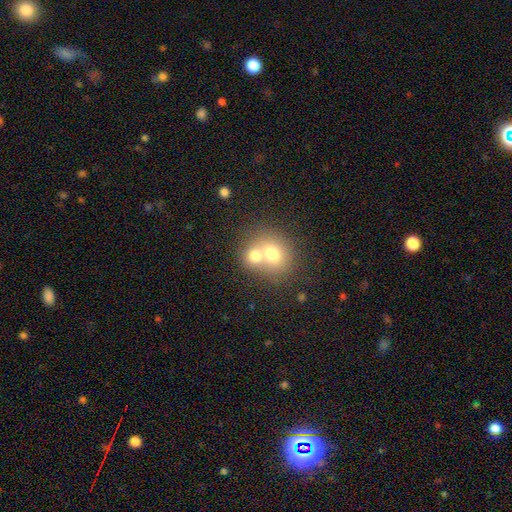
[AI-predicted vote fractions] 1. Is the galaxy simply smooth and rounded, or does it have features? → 68% smooth, 21% featured or disk, 11% star or artifact.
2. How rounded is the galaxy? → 67% round, 32% in between, 1% cigar-shaped.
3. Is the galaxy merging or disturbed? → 65% merger, 26% none, 6% minor disturbance, 3% major disturbance.